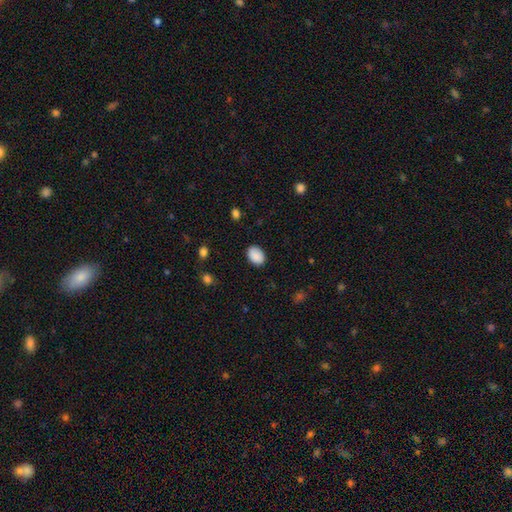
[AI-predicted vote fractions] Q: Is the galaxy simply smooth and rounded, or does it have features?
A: smooth — 89%.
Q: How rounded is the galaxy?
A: in between — 77%.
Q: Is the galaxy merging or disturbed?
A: none — 85%.